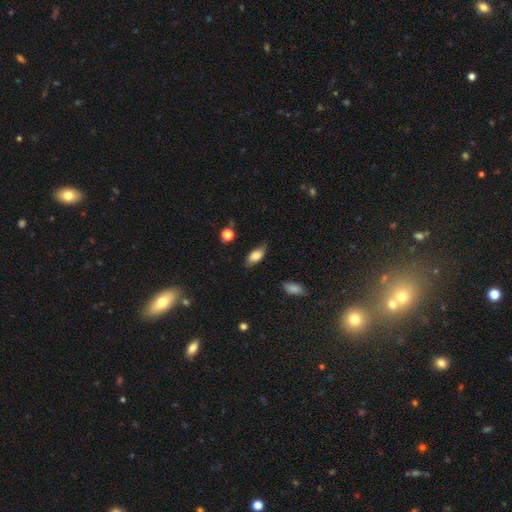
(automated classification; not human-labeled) Smooth or featured? smooth (70%)
How rounded? in between (84%)
Merging? none (69%)